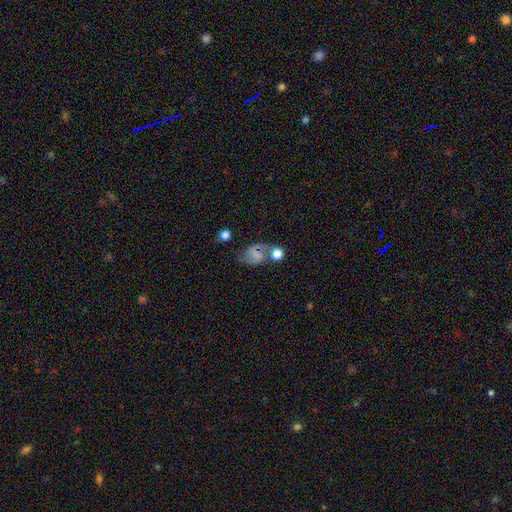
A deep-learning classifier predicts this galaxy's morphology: Overall: featured or disk (54%; smooth 31%). Edge-on disk: no (97%). Bar: no (47%; weak 40%). Spiral arms: yes (83%). Bulge size: none (43%; small 37%). Merging: none (49%; merger 20%).